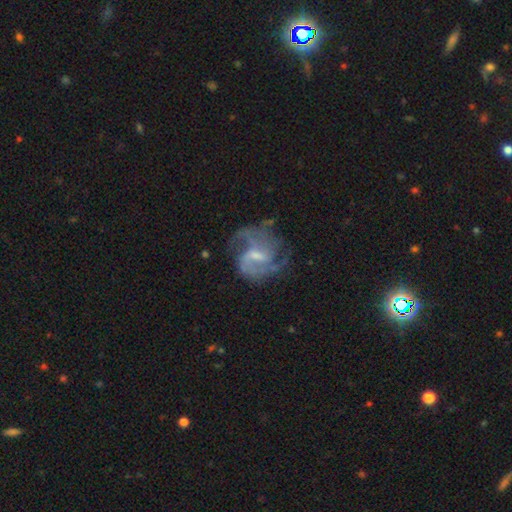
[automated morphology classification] Smooth or featured? Predicted: featured or disk (p=0.86). Edge-on disk? Predicted: no (p=0.98). Bar? Predicted: weak (p=0.60). Spiral arms? Predicted: yes (p=0.95). Spiral winding? Predicted: medium (p=0.52). Spiral arm count? Predicted: 2 (p=0.49). Bulge size? Predicted: small (p=0.50). Merging? Predicted: none (p=0.63).